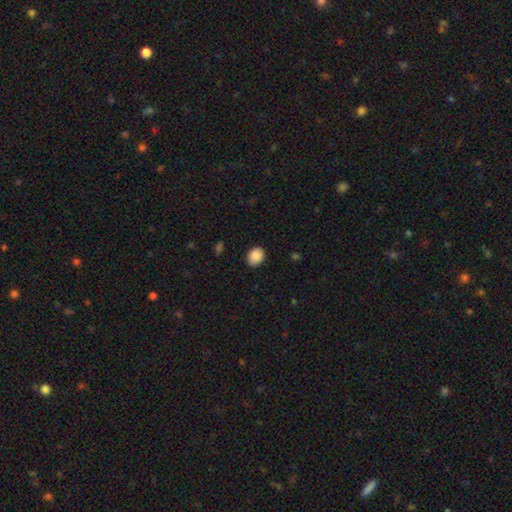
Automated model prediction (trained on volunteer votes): smooth_or_featured: smooth (p=0.89) [alt: star or artifact p=0.08]
how_rounded: in between (p=0.51) [alt: round p=0.48]
merging: none (p=0.86) [alt: minor disturbance p=0.11]